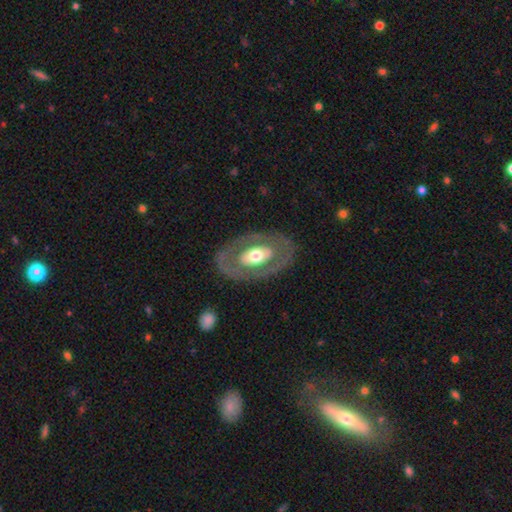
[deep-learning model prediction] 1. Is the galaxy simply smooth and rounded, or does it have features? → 58% featured or disk, 37% smooth, 5% star or artifact.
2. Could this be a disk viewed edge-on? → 90% no, 10% yes.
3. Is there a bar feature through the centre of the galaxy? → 80% no, 12% weak, 8% strong.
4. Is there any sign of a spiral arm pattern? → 86% no, 14% yes.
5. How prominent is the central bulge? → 59% moderate, 29% large, 8% small, 3% dominant, 1% none.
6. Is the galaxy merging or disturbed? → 82% none, 11% minor disturbance, 7% major disturbance, 1% merger.